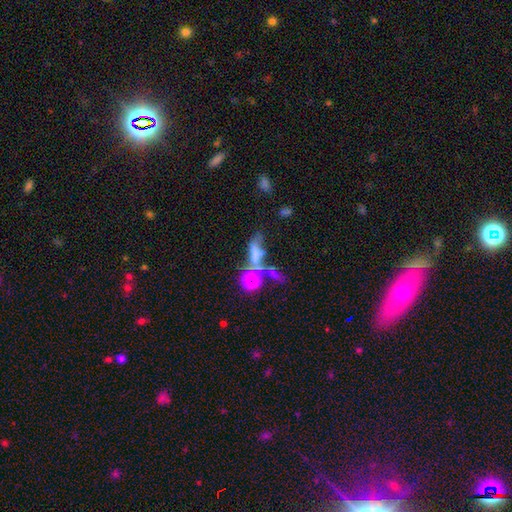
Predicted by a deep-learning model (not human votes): Smooth or featured? smooth (45%)
Merging? merger (34%)